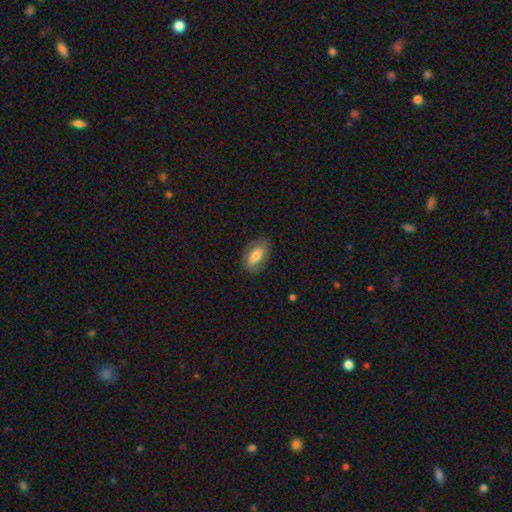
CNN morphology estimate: smooth 68%, featured or disk 25%, star or artifact 7%. Down the decision tree: how rounded — in between (89%); merging — none (81%).